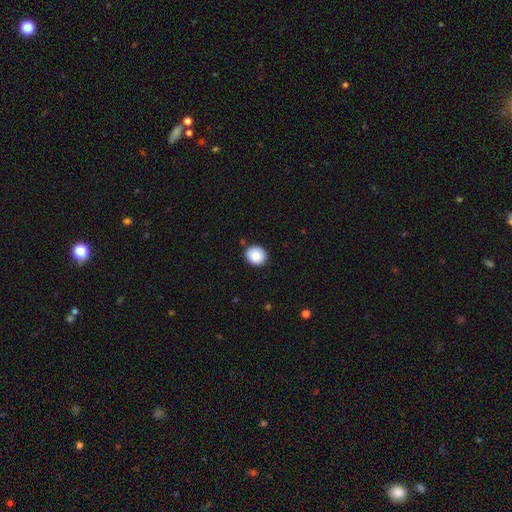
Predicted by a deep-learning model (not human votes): Smooth or featured? smooth (88%)
How rounded? round (82%)
Merging? none (86%)